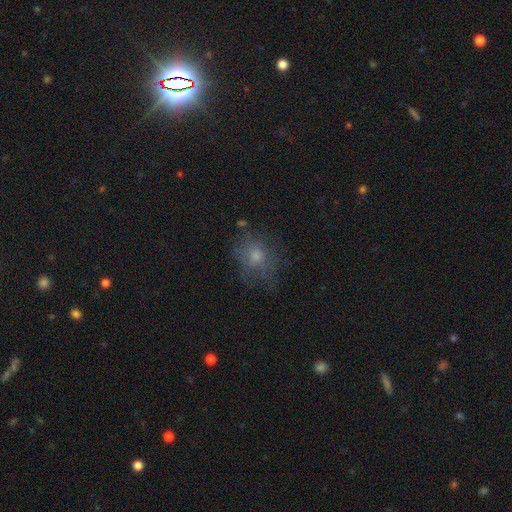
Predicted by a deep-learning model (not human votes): Smooth or featured? Predicted: smooth (p=0.59). How rounded? Predicted: round (p=0.66). Merging? Predicted: none (p=0.62).